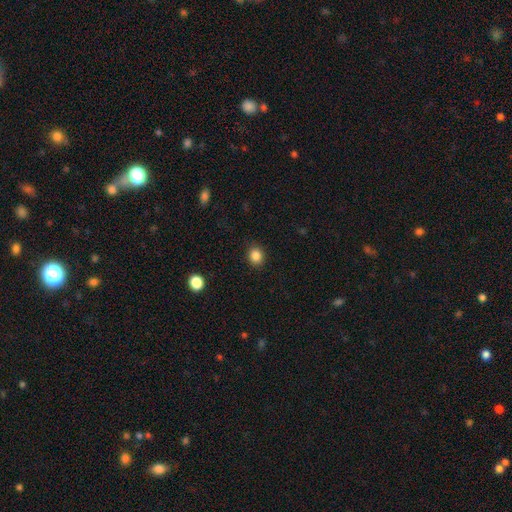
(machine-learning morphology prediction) Smooth or featured?
  - smooth: 86% *
  - star or artifact: 11%
  - featured or disk: 4%
How rounded?
  - round: 76% *
  - in between: 23%
  - cigar-shaped: 1%
Merging?
  - none: 90% *
  - minor disturbance: 7%
  - major disturbance: 2%
  - merger: 1%